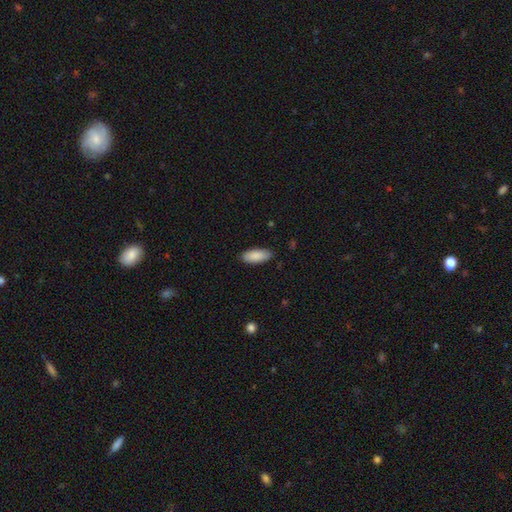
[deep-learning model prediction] A smooth galaxy with no disk features (89%) that is in between round and cigar-shaped (82%).

Vote fractions:
- Smooth or featured? smooth: 89% / star or artifact: 6% / featured or disk: 5%
- How rounded? in between: 82% / cigar-shaped: 17% / round: 2%
- Merging? none: 86% / minor disturbance: 11% / major disturbance: 2% / merger: 1%